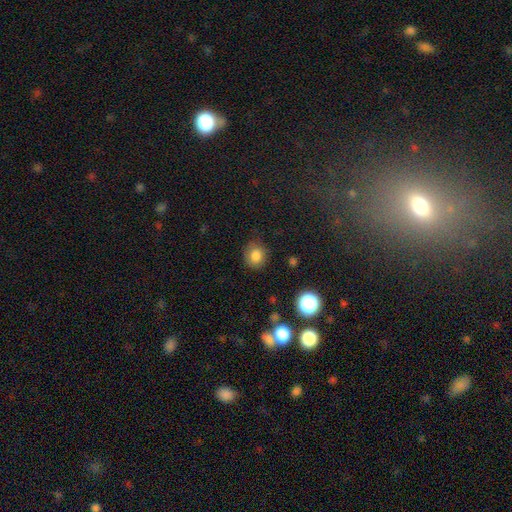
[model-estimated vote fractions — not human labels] Smooth or featured? Predicted: smooth (p=0.82). How rounded? Predicted: round (p=0.76). Merging? Predicted: none (p=0.79).